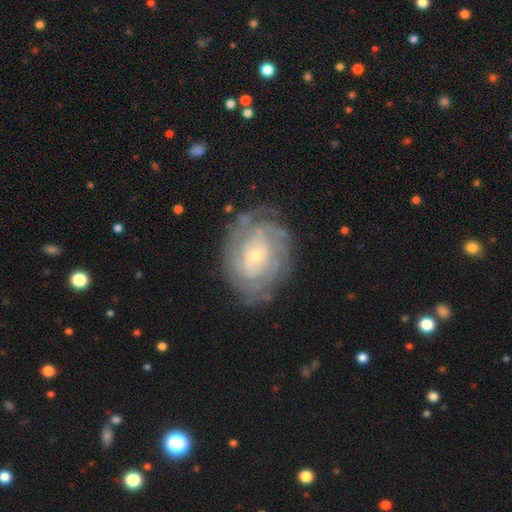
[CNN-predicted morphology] The model was most divided on "spiral arm count": can't tell: 46%, 2: 15%, 4: 14%, 3: 12%, more than 4: 8%, 1: 5%. More confident: edge-on disk — no (97%); spiral arms — yes (92%); smooth or featured — featured or disk (83%); spiral winding — tight (77%); merging — none (75%); bulge size — small (70%); bar — no (69%).